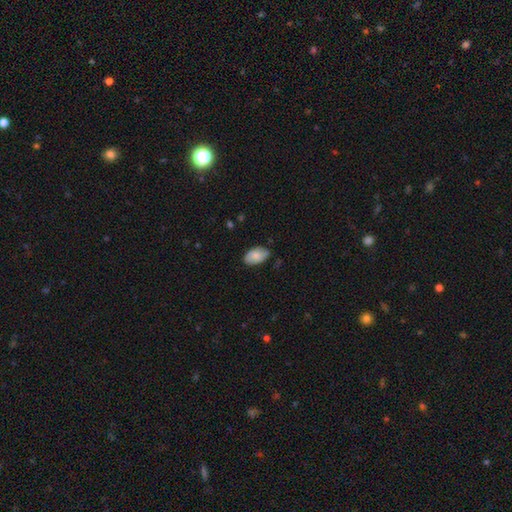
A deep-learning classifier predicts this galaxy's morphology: smooth 75%, featured or disk 18%, star or artifact 7%. Down the decision tree: how rounded — in between (93%); merging — none (75%).